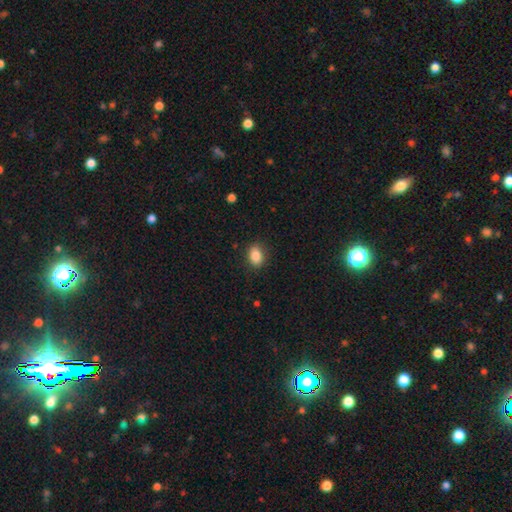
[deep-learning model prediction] Q: Smooth or featured?
A: smooth (86%); runner-up: star or artifact (9%)
Q: How rounded?
A: in between (77%); runner-up: round (22%)
Q: Merging?
A: none (86%); runner-up: minor disturbance (10%)